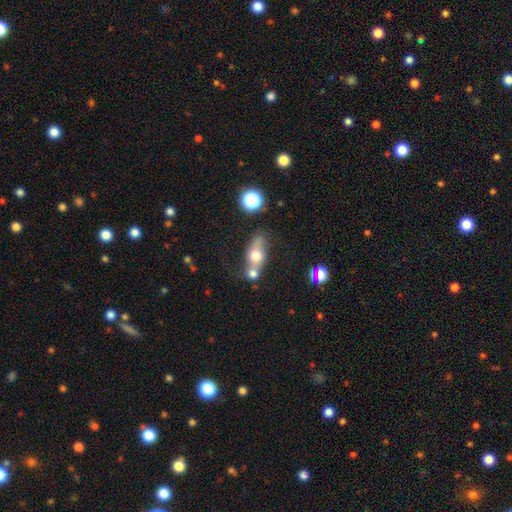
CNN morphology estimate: Smooth or featured? Predicted: smooth (p=0.60). How rounded? Predicted: in between (p=0.57). Merging? Predicted: none (p=0.40, tied with merger).